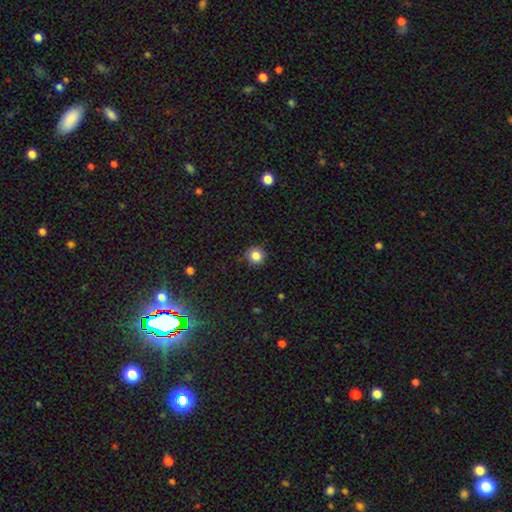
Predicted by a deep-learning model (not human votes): Smooth or featured? Predicted: smooth (p=0.84). How rounded? Predicted: round (p=0.94). Merging? Predicted: none (p=0.88).